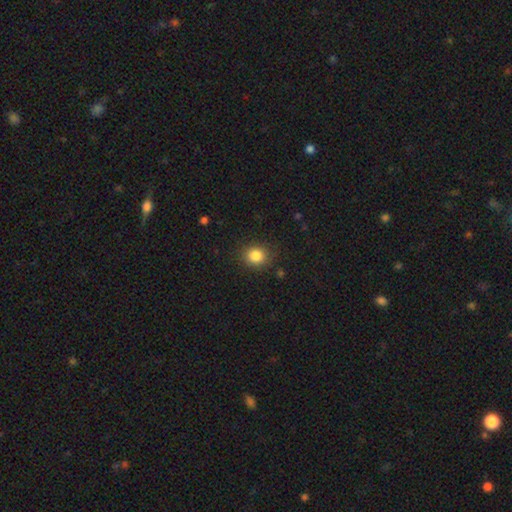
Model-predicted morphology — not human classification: This appears to be a smooth galaxy with no disk features (85%) that is round (78%). Merging: none (88%).